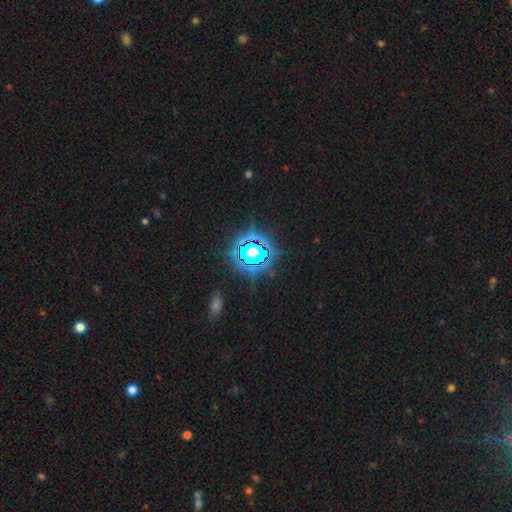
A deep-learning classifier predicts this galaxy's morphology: Overall: star or artifact (67%).